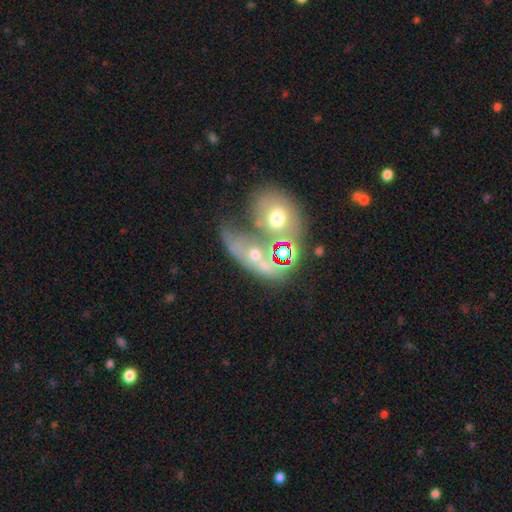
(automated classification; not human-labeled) smooth-or-featured: smooth: 39% | featured or disk: 37% | star or artifact: 24%
  merging: merger: 52% | none: 22% | major disturbance: 14% | minor disturbance: 11%